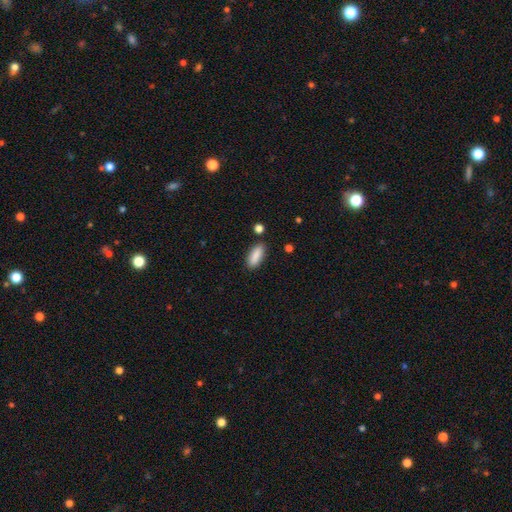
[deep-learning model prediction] A smooth galaxy with no disk features (88%) that is in between round and cigar-shaped (72%). Merging: none (84%).